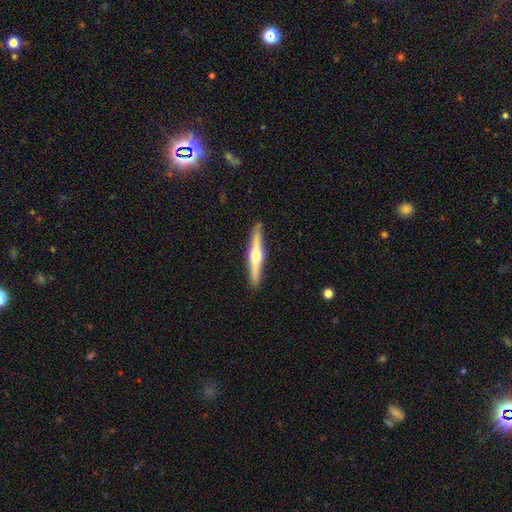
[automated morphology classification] Smooth or featured?
  - featured or disk: 76% *
  - smooth: 19%
  - star or artifact: 5%
Edge-on disk?
  - yes: 98% *
  - no: 2%
Edge-on bulge?
  - rounded: 95% *
  - none: 3%
  - boxy: 2%
Merging?
  - none: 91% *
  - minor disturbance: 7%
  - major disturbance: 1%
  - merger: 1%